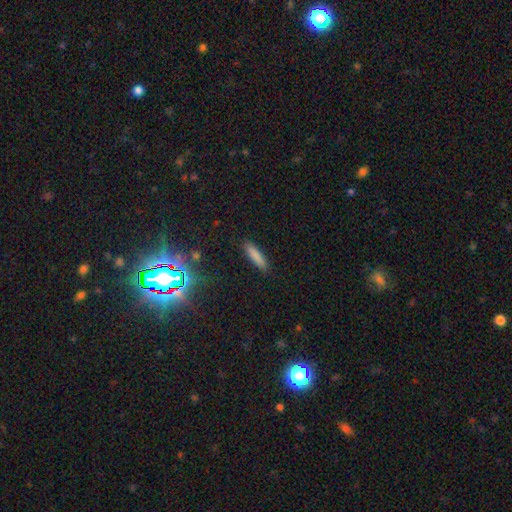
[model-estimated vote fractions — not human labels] Q: Smooth or featured?
A: smooth (84%); runner-up: star or artifact (9%)
Q: How rounded?
A: cigar-shaped (77%); runner-up: in between (21%)
Q: Merging?
A: none (90%); runner-up: minor disturbance (7%)